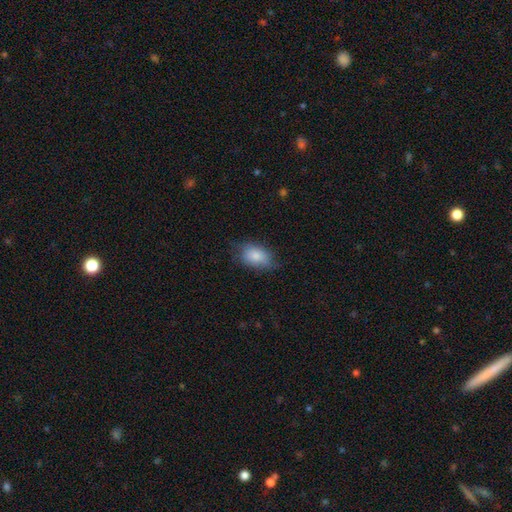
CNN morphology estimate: This appears to be a smooth galaxy with no disk features (83%) that is in between round and cigar-shaped (85%). Merging: none (65%).